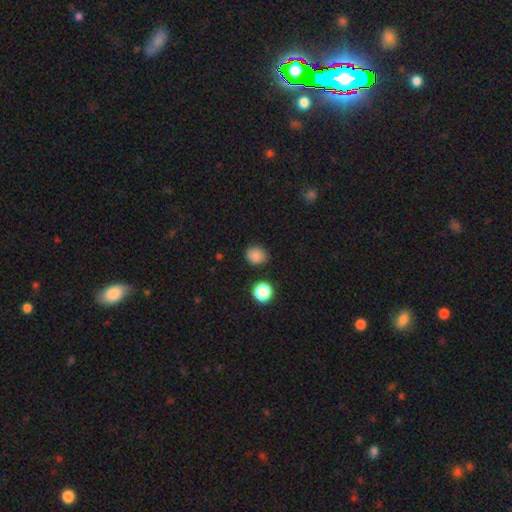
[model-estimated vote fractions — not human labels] smooth-or-featured: smooth: 84% | star or artifact: 12% | featured or disk: 4%
  how-rounded: round: 71% | in between: 28% | cigar-shaped: 1%
  merging: none: 82% | minor disturbance: 12% | major disturbance: 3% | merger: 3%